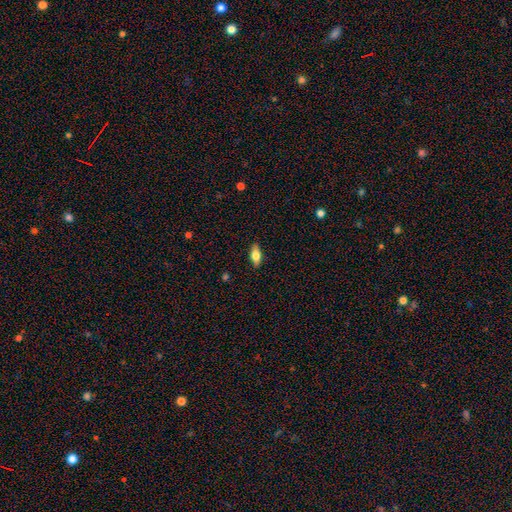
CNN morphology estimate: The model was most divided on "smooth or featured": smooth: 71%, featured or disk: 22%, star or artifact: 7%. More confident: merging — none (87%); how rounded — in between (80%).